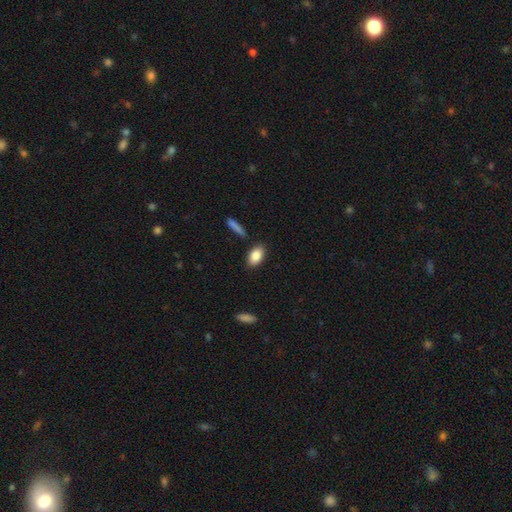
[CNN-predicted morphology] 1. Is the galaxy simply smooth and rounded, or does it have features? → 86% smooth, 8% featured or disk, 7% star or artifact.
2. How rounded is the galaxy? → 90% in between, 7% round, 3% cigar-shaped.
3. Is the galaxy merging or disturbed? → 84% none, 10% minor disturbance, 4% merger, 2% major disturbance.